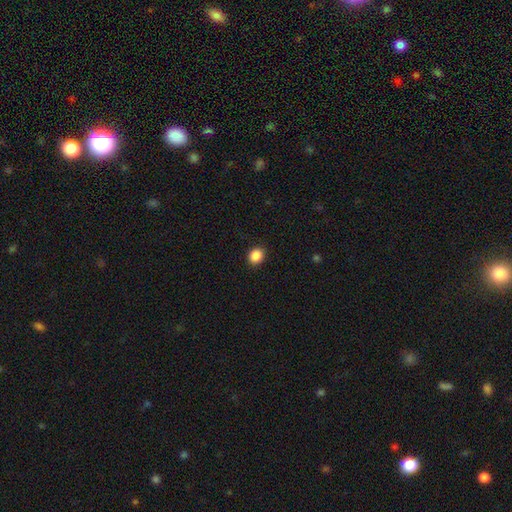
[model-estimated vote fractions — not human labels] This is clearly a smooth galaxy (88%). How rounded: likely round (64%). Merging: clearly none (90%).